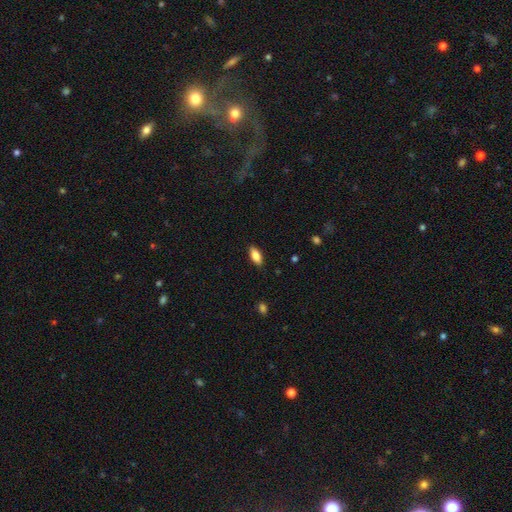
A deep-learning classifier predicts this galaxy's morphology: smooth 81%, featured or disk 12%, star or artifact 7%. Down the decision tree: how rounded — in between (85%); merging — none (88%).